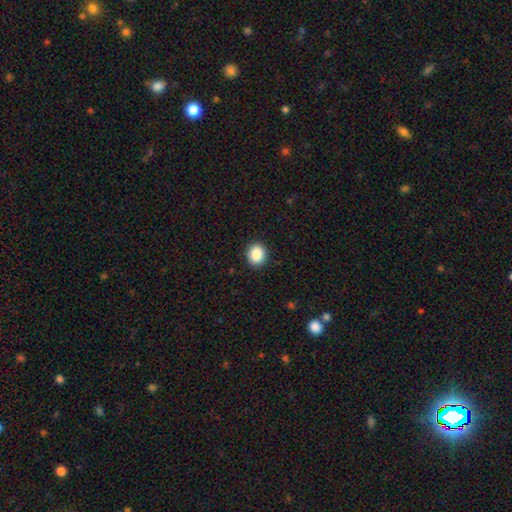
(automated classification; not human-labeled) smooth-or-featured: smooth: 88% | star or artifact: 9% | featured or disk: 4%
  how-rounded: round: 71% | in between: 28% | cigar-shaped: 1%
  merging: none: 91% | minor disturbance: 6% | major disturbance: 2% | merger: 1%